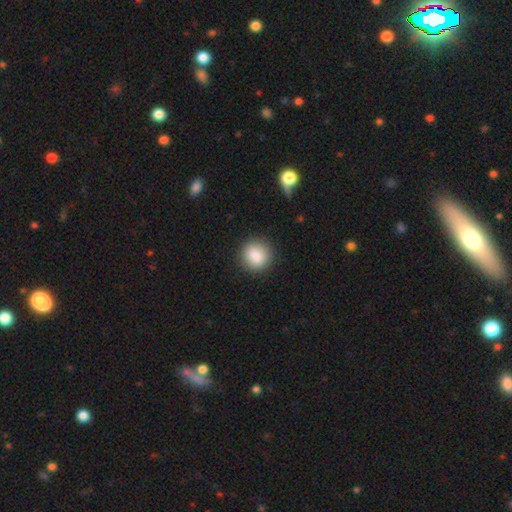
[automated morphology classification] Smooth or featured: smooth — 86% (star or artifact — 8%)
How rounded: round — 85% (in between — 14%)
Merging: none — 86% (minor disturbance — 9%)